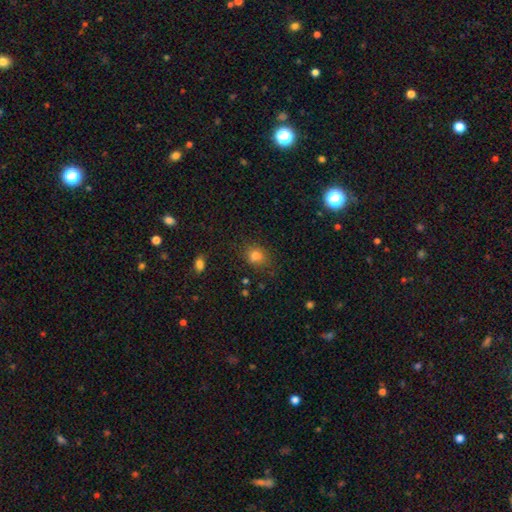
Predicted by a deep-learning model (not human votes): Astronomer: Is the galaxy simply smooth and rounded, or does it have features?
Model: smooth — 82%.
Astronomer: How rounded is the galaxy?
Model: round — 65%.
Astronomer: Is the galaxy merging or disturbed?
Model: none — 77%.